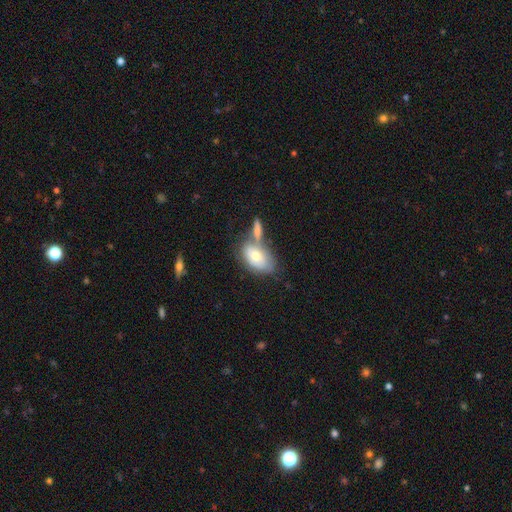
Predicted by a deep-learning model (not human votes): Overall: smooth (63%; featured or disk 30%). How rounded: in between (89%). Merging: none (39%; merger 38%).